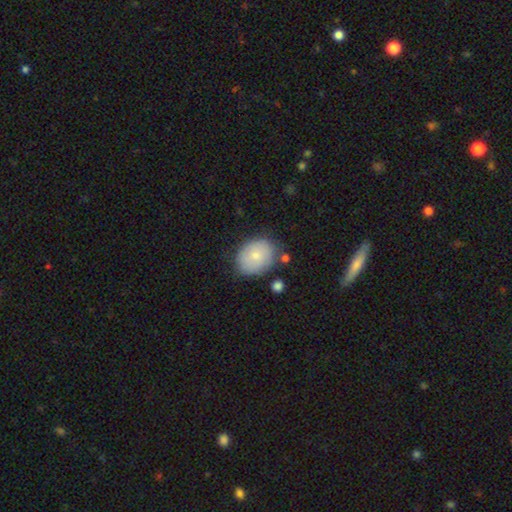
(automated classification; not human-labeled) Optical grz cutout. It shows a smooth galaxy with no disk features (74%) that is in between round and cigar-shaped (57%). Merging: none (72%).